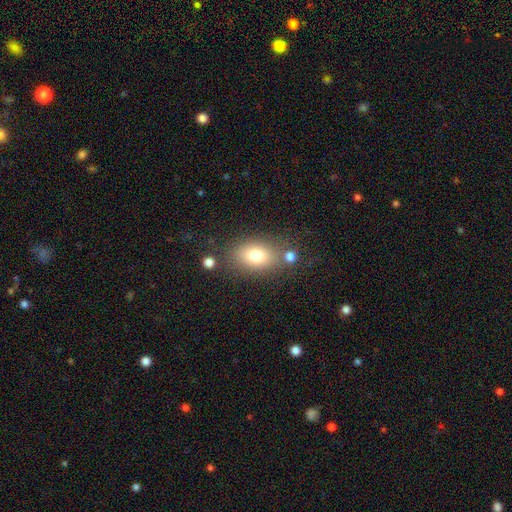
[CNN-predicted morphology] The model was most divided on "merging": none: 71%, minor disturbance: 14%, merger: 9%, major disturbance: 5%. More confident: how rounded — in between (80%); smooth or featured — smooth (77%).